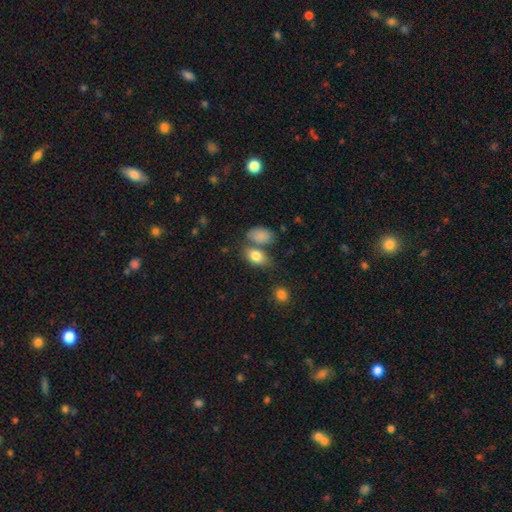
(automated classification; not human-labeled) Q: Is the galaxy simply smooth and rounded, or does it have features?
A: smooth — 82%.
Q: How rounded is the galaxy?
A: in between — 85%.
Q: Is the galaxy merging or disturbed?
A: none — 53%.